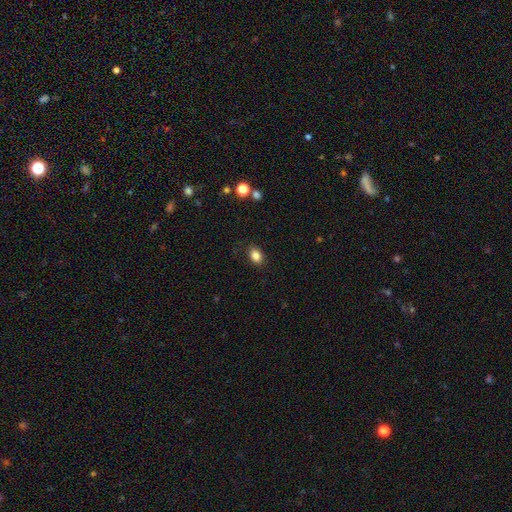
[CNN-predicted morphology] Smooth or featured? smooth (85%)
How rounded? in between (79%)
Merging? none (85%)